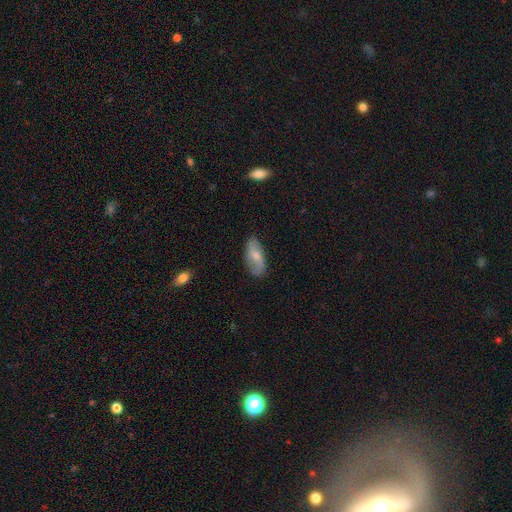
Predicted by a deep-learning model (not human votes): Smooth or featured: smooth — 51% (featured or disk — 43%)
How rounded: in between — 86% (cigar-shaped — 10%)
Merging: none — 79% (minor disturbance — 16%)